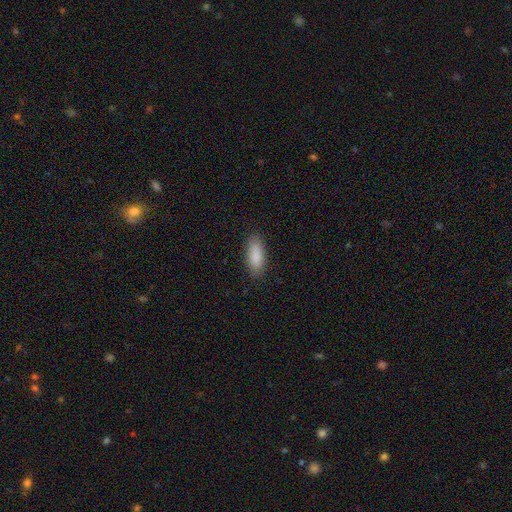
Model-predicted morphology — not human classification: Smooth or featured: smooth — 89% (star or artifact — 6%)
How rounded: in between — 74% (cigar-shaped — 24%)
Merging: none — 86% (minor disturbance — 11%)